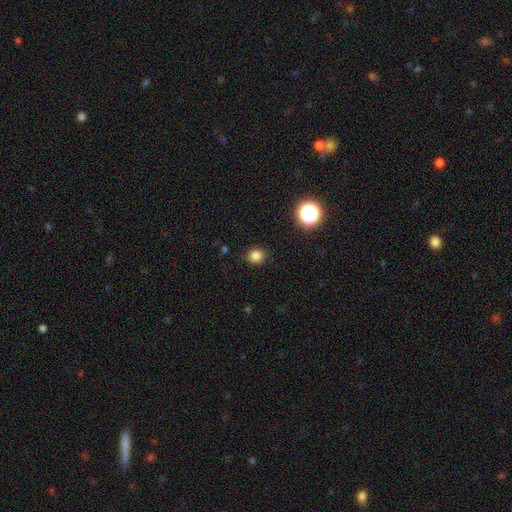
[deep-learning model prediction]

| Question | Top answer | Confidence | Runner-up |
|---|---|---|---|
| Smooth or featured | smooth | 82% | star or artifact (14%) |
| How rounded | round | 82% | in between (17%) |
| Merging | none | 87% | minor disturbance (9%) |